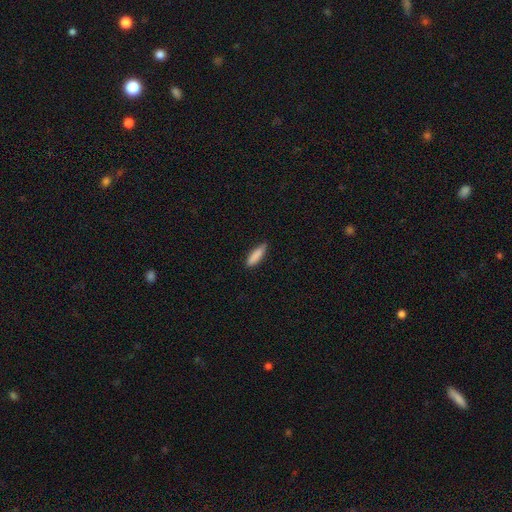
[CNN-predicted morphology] A smooth galaxy with no disk features (87%) that is cigar-shaped (64%). Merging: none (78%).